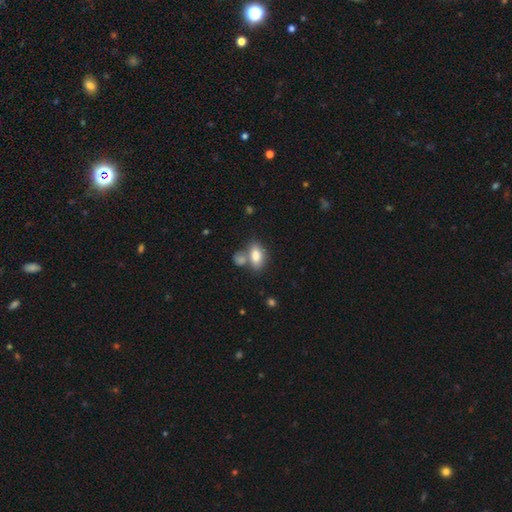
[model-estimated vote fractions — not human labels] Q: Smooth or featured?
A: smooth (81%); runner-up: featured or disk (11%)
Q: How rounded?
A: in between (88%); runner-up: round (9%)
Q: Merging?
A: none (47%); runner-up: merger (34%)